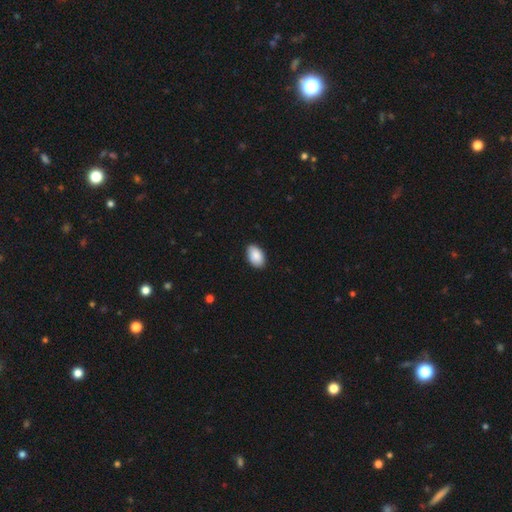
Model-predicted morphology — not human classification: Smooth or featured: smooth — 90% (star or artifact — 6%)
How rounded: in between — 92% (round — 7%)
Merging: none — 89% (minor disturbance — 8%)